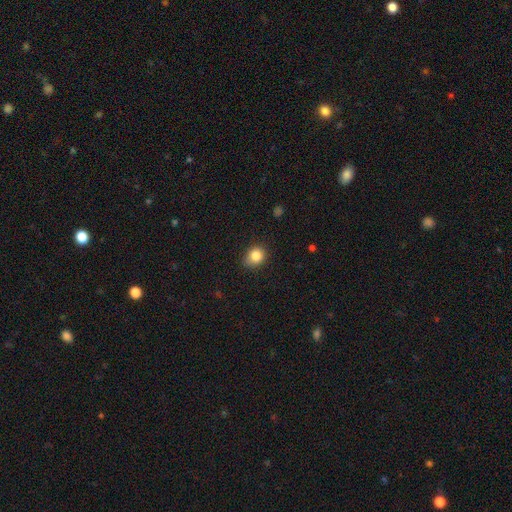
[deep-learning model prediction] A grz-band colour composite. It shows a smooth galaxy with no disk features (83%) that is round (63%). Merging: none (75%).